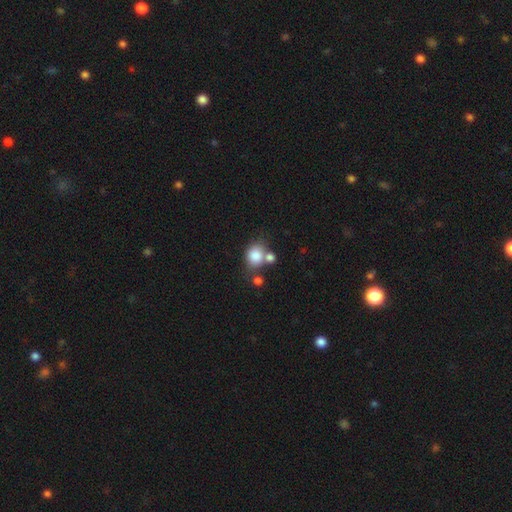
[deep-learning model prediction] Smooth or featured?
  - smooth: 83% *
  - star or artifact: 9%
  - featured or disk: 8%
How rounded?
  - round: 63% *
  - in between: 36%
  - cigar-shaped: 1%
Merging?
  - none: 48% *
  - merger: 31%
  - minor disturbance: 14%
  - major disturbance: 6%